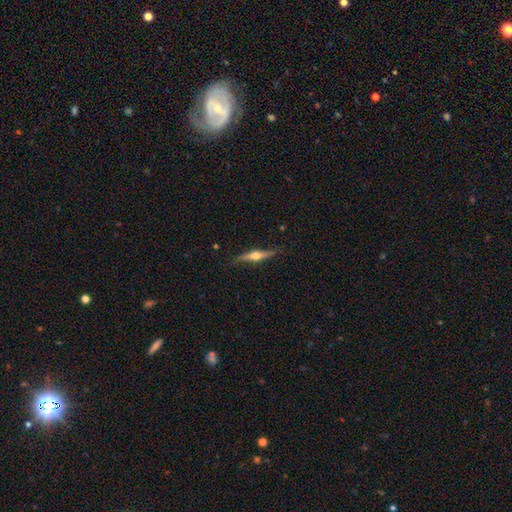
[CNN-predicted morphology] Smooth or featured: featured or disk — 68% (smooth — 27%)
Edge-on disk: yes — 95% (no — 5%)
Edge-on bulge: rounded — 94% (boxy — 3%)
Merging: none — 81% (minor disturbance — 15%)